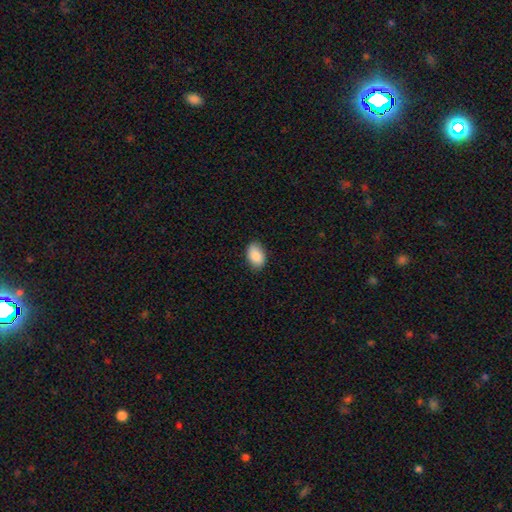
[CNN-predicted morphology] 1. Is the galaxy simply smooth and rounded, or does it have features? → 89% smooth, 7% star or artifact, 5% featured or disk.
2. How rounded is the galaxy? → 90% in between, 9% round, 1% cigar-shaped.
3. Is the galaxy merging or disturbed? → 84% none, 13% minor disturbance, 2% major disturbance, 1% merger.